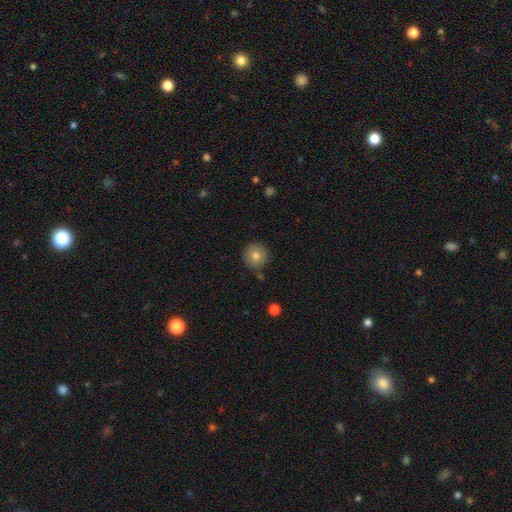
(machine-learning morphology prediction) The model was most divided on "smooth or featured": smooth: 79%, featured or disk: 11%, star or artifact: 10%. More confident: how rounded — round (95%); merging — none (85%).